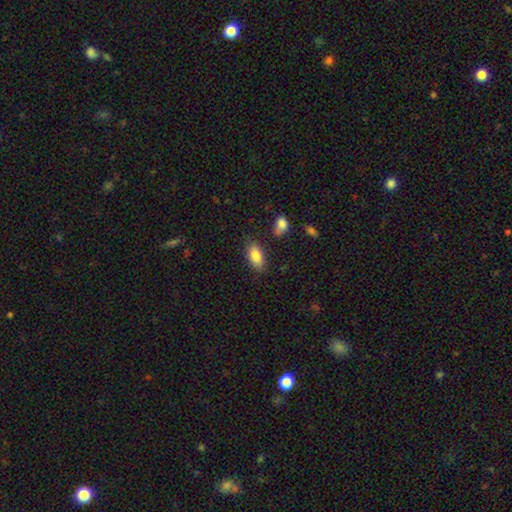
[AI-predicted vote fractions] smooth-or-featured: smooth: 84% | featured or disk: 9% | star or artifact: 8%
  how-rounded: in between: 90% | cigar-shaped: 6% | round: 4%
  merging: none: 79% | minor disturbance: 14% | merger: 3% | major disturbance: 3%